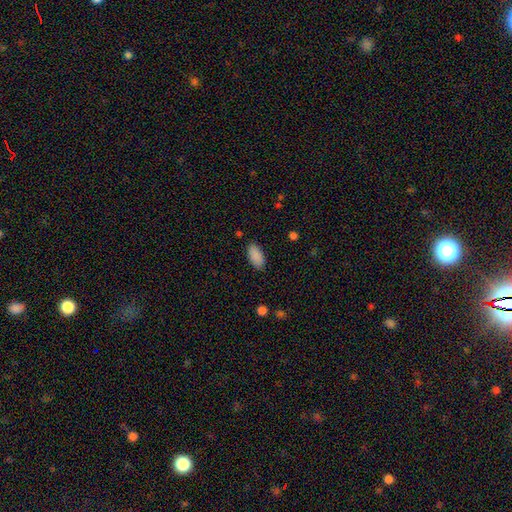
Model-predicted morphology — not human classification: Smooth or featured?
  - smooth: 89% *
  - star or artifact: 7%
  - featured or disk: 4%
How rounded?
  - in between: 93% *
  - cigar-shaped: 5%
  - round: 3%
Merging?
  - none: 86% *
  - minor disturbance: 10%
  - major disturbance: 3%
  - merger: 1%